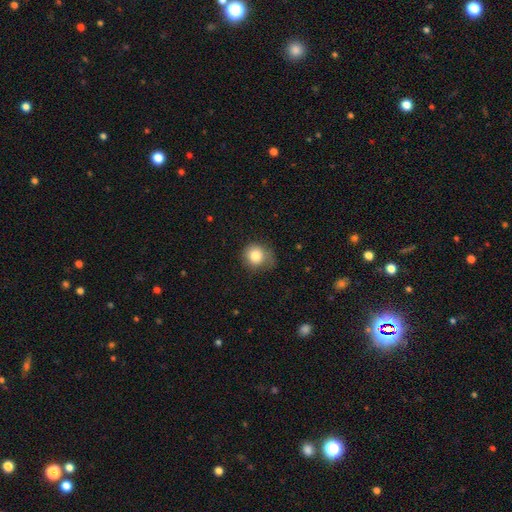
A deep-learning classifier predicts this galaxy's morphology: Smooth or featured? smooth (81%)
How rounded? round (82%)
Merging? none (57%)